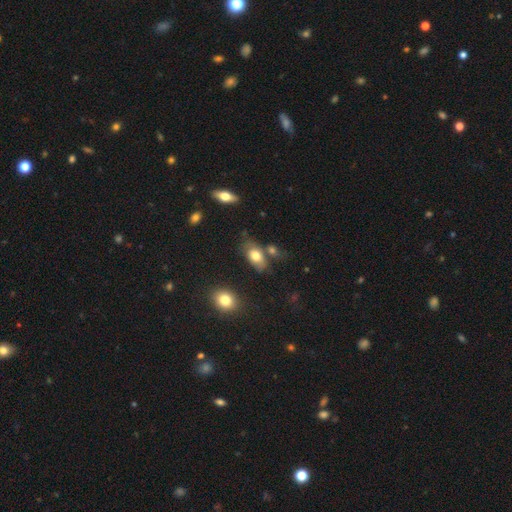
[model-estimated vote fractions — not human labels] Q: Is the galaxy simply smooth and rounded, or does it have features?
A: smooth — 75%.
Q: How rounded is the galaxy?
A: in between — 87%.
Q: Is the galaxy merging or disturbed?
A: none — 56%.